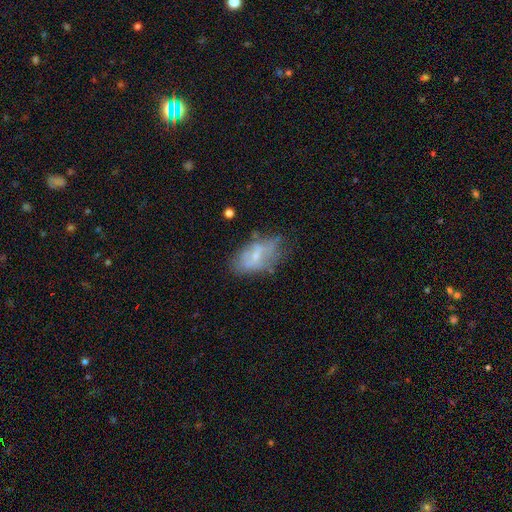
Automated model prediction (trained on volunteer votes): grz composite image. It shows a featured or disk galaxy (48%). Merging: none (47%).